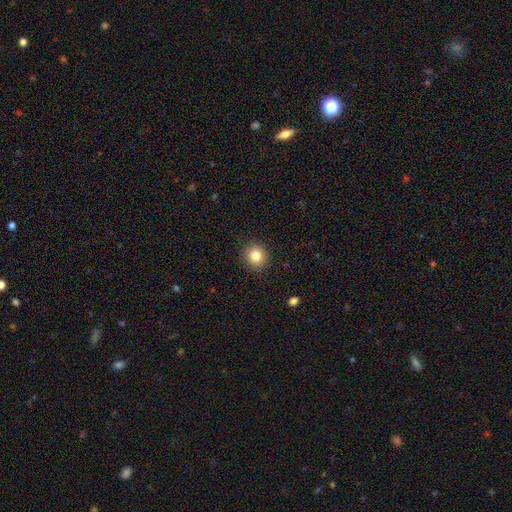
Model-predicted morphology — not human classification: smooth 83%, star or artifact 11%, featured or disk 7%. Down the decision tree: how rounded — round (84%); merging — none (90%).